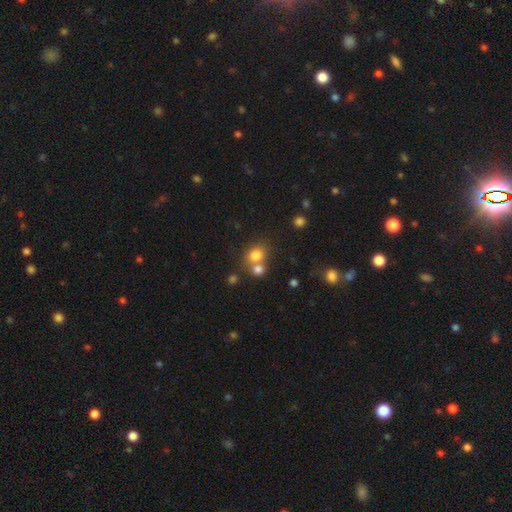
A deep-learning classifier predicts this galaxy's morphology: Smooth or featured? Predicted: smooth (p=0.78). How rounded? Predicted: round (p=0.65). Merging? Predicted: none (p=0.48).